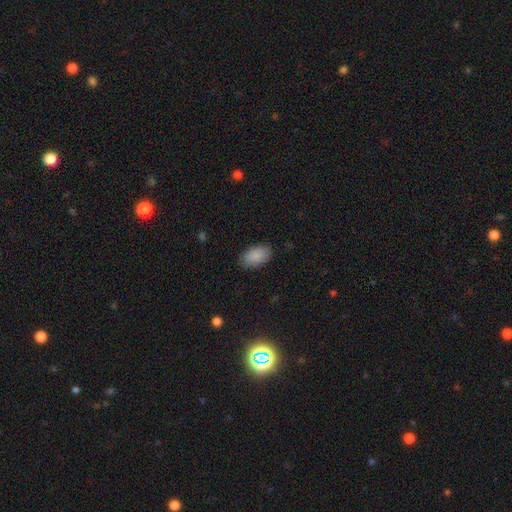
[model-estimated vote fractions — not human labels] Smooth or featured: smooth — 89% (star or artifact — 7%)
How rounded: in between — 94% (round — 4%)
Merging: none — 86% (minor disturbance — 10%)